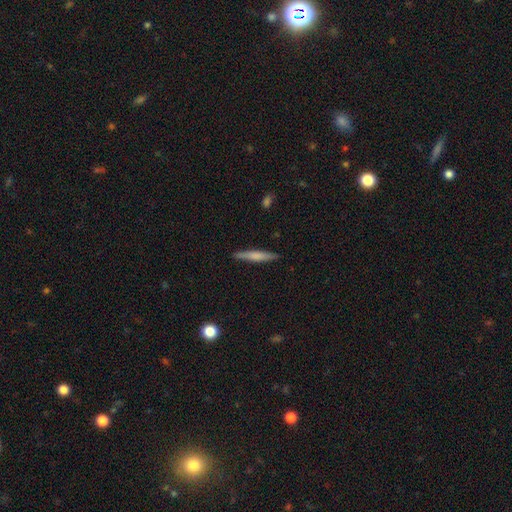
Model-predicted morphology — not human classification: type=smooth (61%); roundness=cigar-shaped (93%); merging=none (89%).